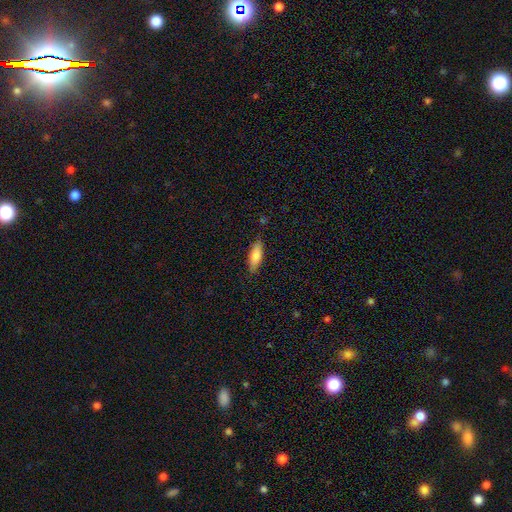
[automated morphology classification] smooth-or-featured: smooth: 81% | featured or disk: 13% | star or artifact: 6%
  how-rounded: in between: 57% | cigar-shaped: 41% | round: 2%
  merging: none: 84% | minor disturbance: 12% | major disturbance: 2% | merger: 1%